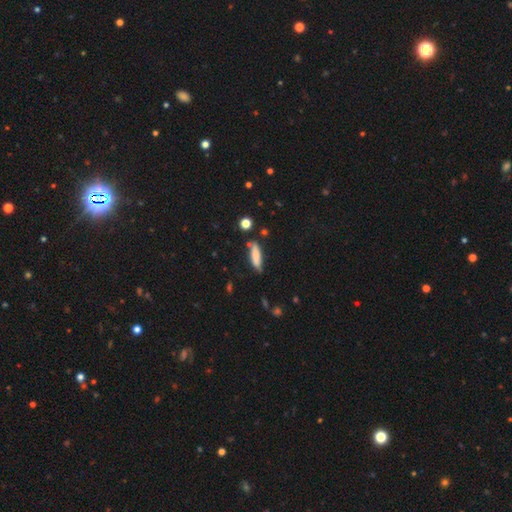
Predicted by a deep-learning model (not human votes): This appears to be a smooth galaxy with no disk features (76%) that is cigar-shaped (63%). Merging: none (74%).